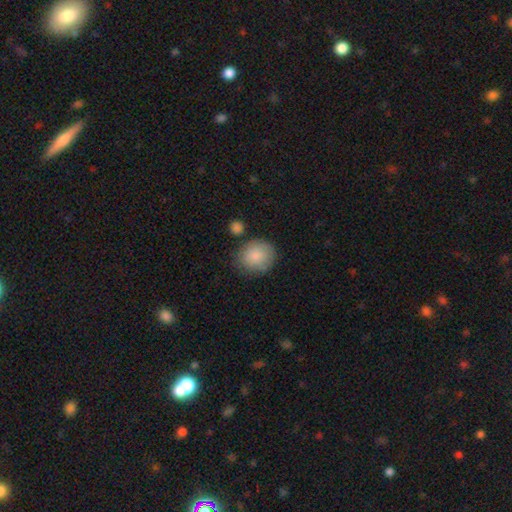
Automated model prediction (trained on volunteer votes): A smooth galaxy with no disk features (85%) that is round (74%). Merging: none (72%).